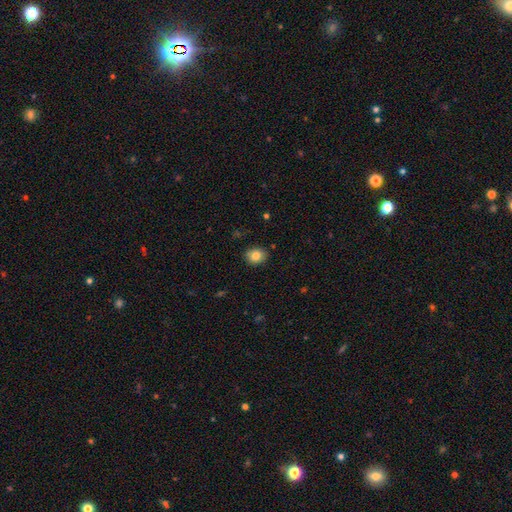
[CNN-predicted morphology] This is clearly a smooth galaxy (83%). How rounded: possibly round (57%). Merging: clearly none (88%).